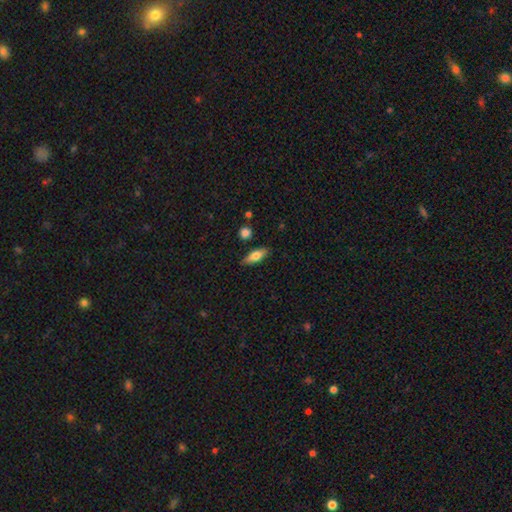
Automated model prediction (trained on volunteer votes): Overall: smooth (72%). How rounded: in between (63%; cigar-shaped 33%). Merging: none (81%).